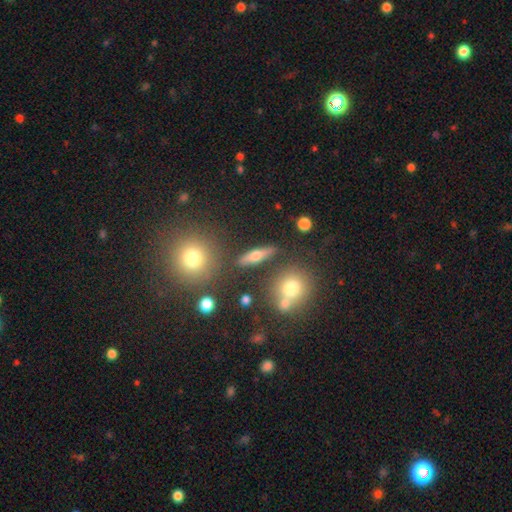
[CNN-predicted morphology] Smooth or featured? smooth (49%)
Merging? none (81%)